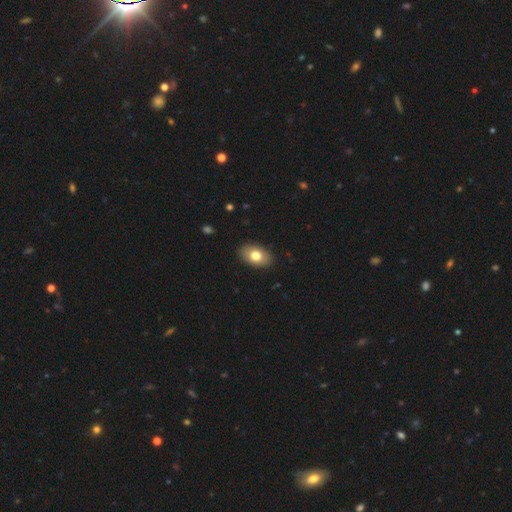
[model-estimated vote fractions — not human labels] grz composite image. It shows a smooth galaxy with no disk features (77%) that is in between round and cigar-shaped (89%). Merging: none (89%).